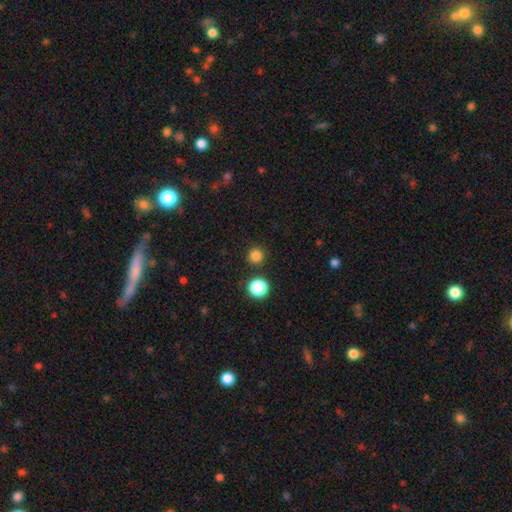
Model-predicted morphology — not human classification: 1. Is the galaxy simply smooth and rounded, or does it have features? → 82% smooth, 15% star or artifact, 3% featured or disk.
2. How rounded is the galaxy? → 96% round, 3% in between, 1% cigar-shaped.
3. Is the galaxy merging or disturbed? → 90% none, 5% minor disturbance, 3% merger, 2% major disturbance.